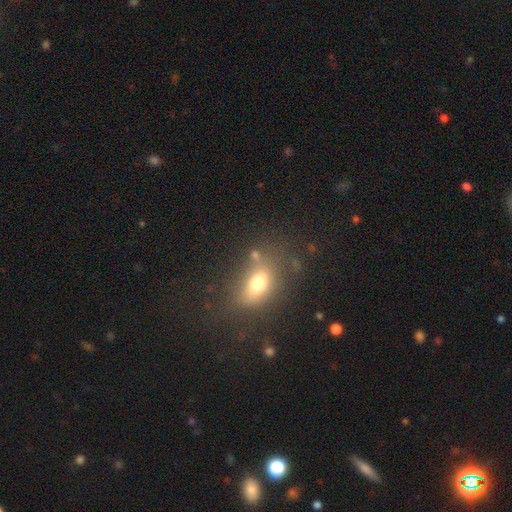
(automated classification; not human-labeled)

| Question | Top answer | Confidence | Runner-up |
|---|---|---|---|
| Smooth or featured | smooth | 66% | featured or disk (18%) |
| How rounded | in between | 70% | round (24%) |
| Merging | none | 64% | minor disturbance (18%) |